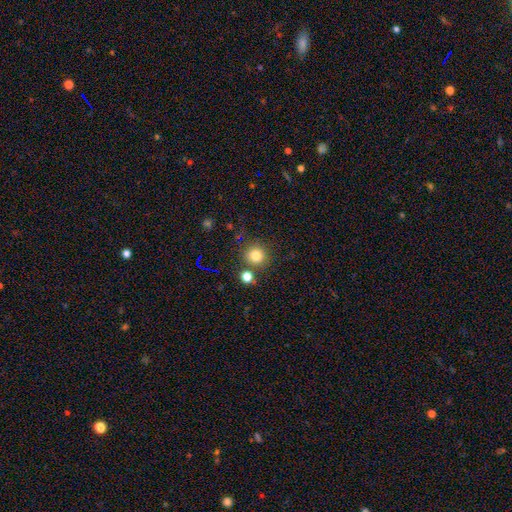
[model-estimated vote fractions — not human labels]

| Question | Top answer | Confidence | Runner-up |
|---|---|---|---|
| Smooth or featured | smooth | 79% | star or artifact (15%) |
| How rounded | round | 93% | in between (6%) |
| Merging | none | 79% | merger (10%) |